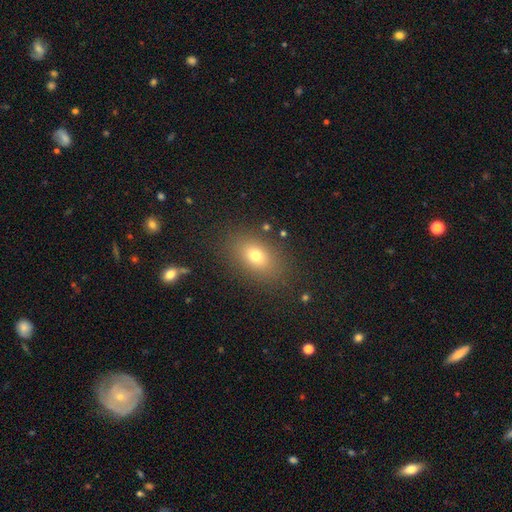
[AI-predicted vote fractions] This is likely a smooth galaxy (73%). How rounded: likely in between (78%). Merging: clearly none (85%).